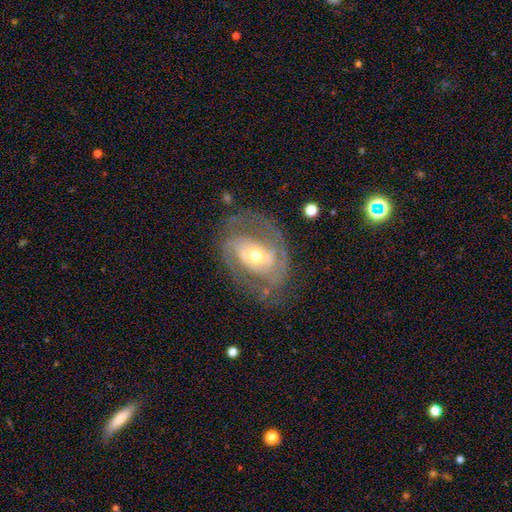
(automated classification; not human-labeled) Morphology: type=featured or disk (82%); edge-on=no (96%); bar=weak (37%); spiral arms=yes (84%); winding=medium (45%); arm count=2 (74%); bulge=moderate (62%); merging=none (64%).